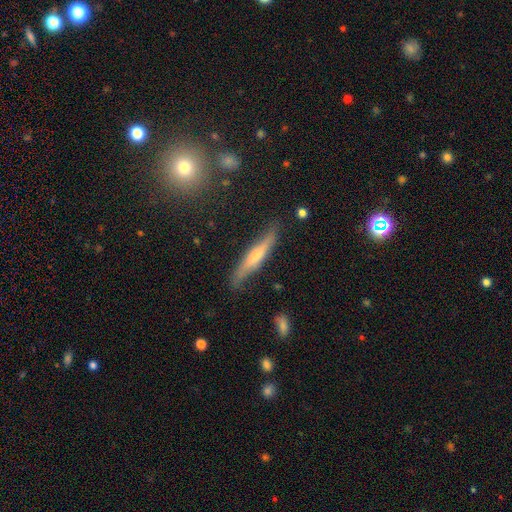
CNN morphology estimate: A featured or disk galaxy (49%).

Vote fractions:
- Smooth or featured? featured or disk: 49% / smooth: 45% / star or artifact: 7%
- Merging? none: 75% / minor disturbance: 19% / major disturbance: 4% / merger: 2%